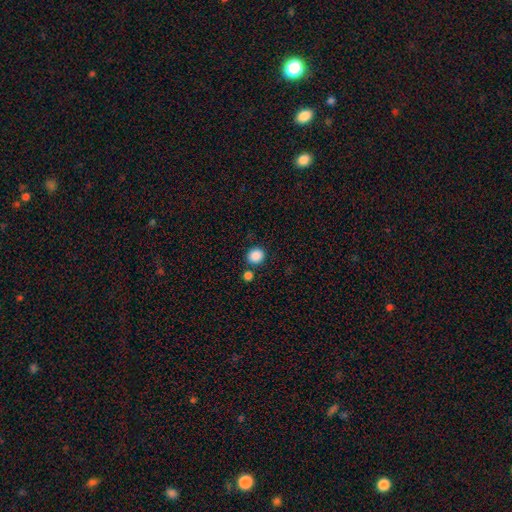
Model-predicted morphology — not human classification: Smooth or featured: smooth — 88% (star or artifact — 10%)
How rounded: round — 85% (in between — 15%)
Merging: none — 80% (merger — 9%)